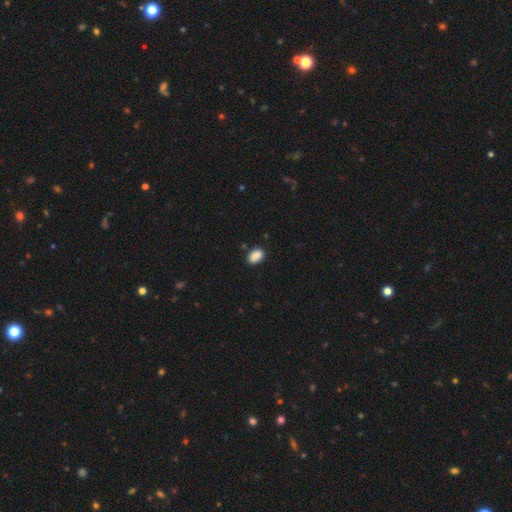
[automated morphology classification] A smooth galaxy with no disk features (88%) that is in between round and cigar-shaped (85%). Merging: none (83%).